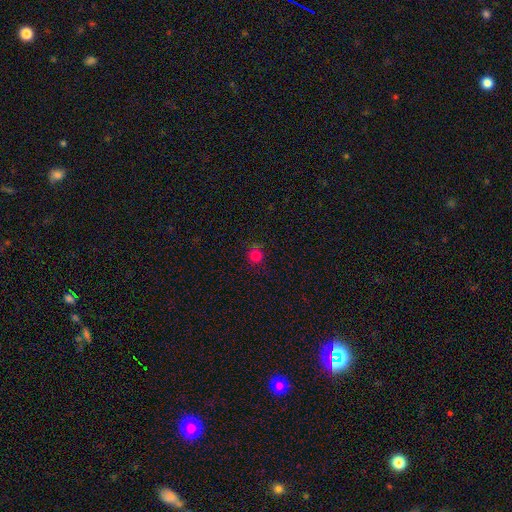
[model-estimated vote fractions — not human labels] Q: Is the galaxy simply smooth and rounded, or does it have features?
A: smooth — 79%.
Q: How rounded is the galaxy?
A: round — 90%.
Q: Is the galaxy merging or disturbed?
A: none — 81%.